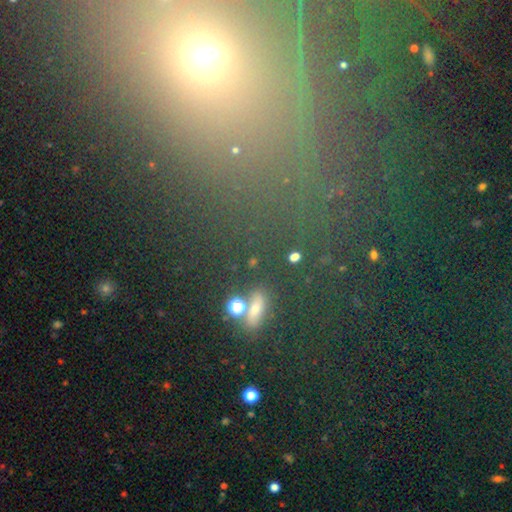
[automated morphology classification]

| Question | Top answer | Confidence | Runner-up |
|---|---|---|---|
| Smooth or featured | star or artifact | 54% | smooth (33%) |